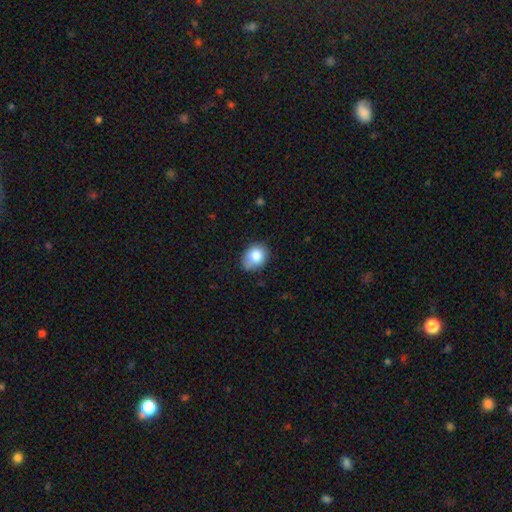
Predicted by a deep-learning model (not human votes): smooth 83%, featured or disk 9%, star or artifact 8%. Down the decision tree: how rounded — in between (57%); merging — none (67%).